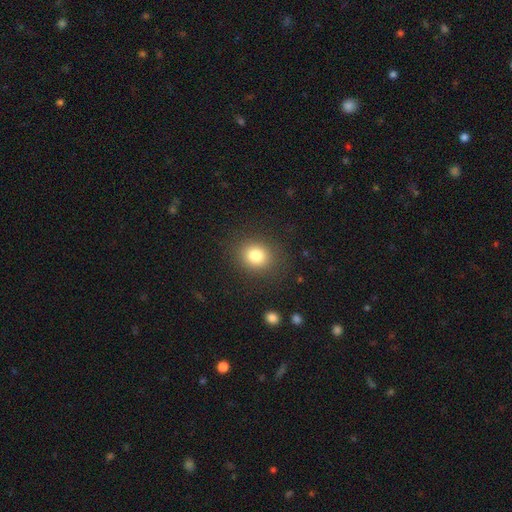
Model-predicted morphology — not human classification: The model was most divided on "how rounded": round: 73%, in between: 26%, cigar-shaped: 1%. More confident: merging — none (86%); smooth or featured — smooth (81%).